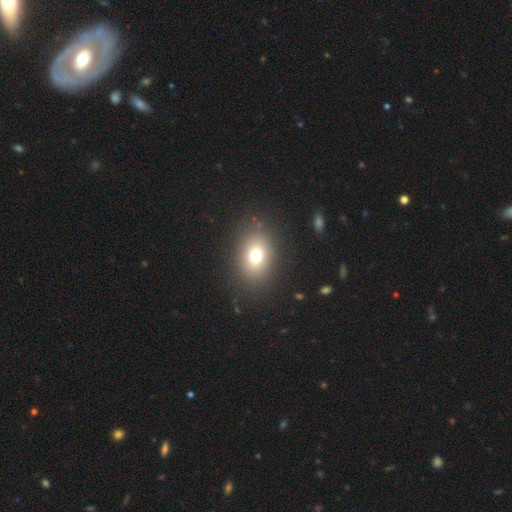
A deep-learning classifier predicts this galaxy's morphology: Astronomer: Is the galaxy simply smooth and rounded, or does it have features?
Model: smooth — 74%.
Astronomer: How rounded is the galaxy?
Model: in between — 68%.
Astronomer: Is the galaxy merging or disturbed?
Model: none — 86%.